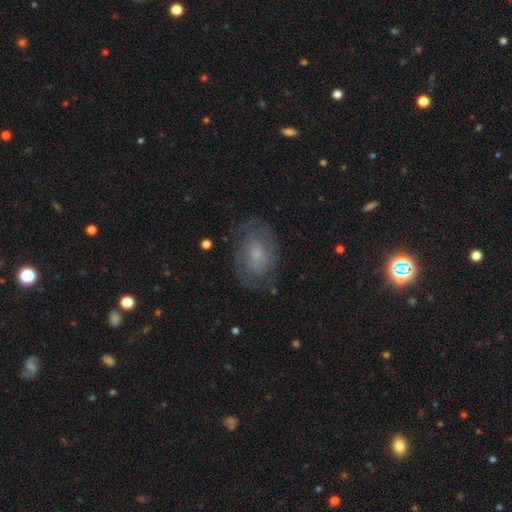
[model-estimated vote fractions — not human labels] Overall: featured or disk (61%; smooth 28%). Edge-on disk: no (96%). Bar: no (69%). Spiral arms: yes (84%). Bulge size: small (53%; moderate 31%). Merging: none (75%).